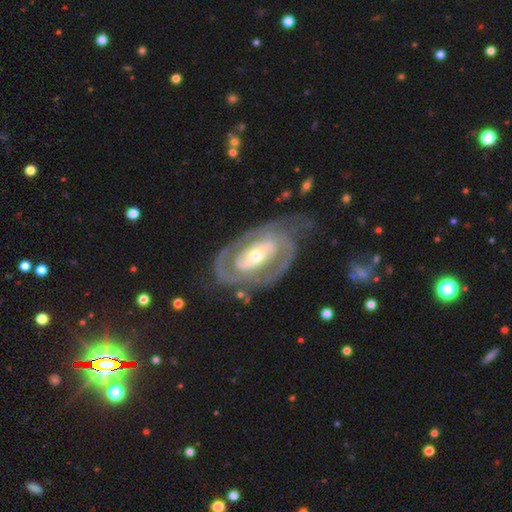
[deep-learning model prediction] Overall: featured or disk (88%). Edge-on disk: no (96%). Bar: no (37%; weak 33%). Spiral arms: yes (92%). Spiral arm count: 2 (66%). Spiral winding: tight (61%; medium 31%). Bulge size: moderate (48%; small 45%). Merging: none (68%).